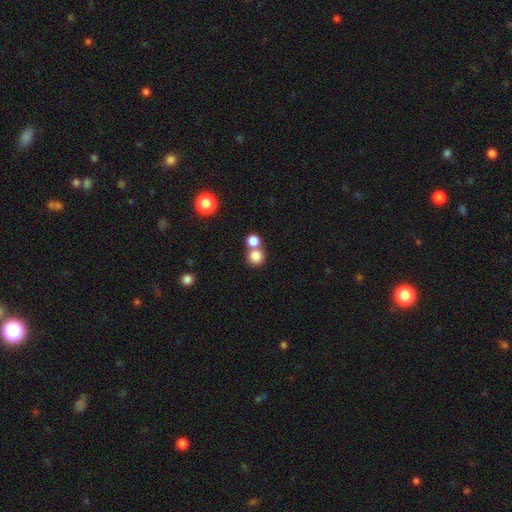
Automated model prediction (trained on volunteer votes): smooth_or_featured: smooth (p=0.81) [alt: star or artifact p=0.12]
how_rounded: round (p=0.90) [alt: in between p=0.09]
merging: none (p=0.53) [alt: merger p=0.38]